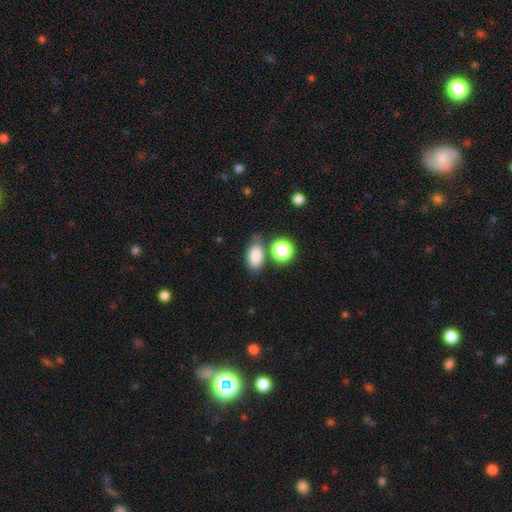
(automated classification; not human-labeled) Morphology: type=smooth (80%); roundness=in between (86%); merging=none (61%).